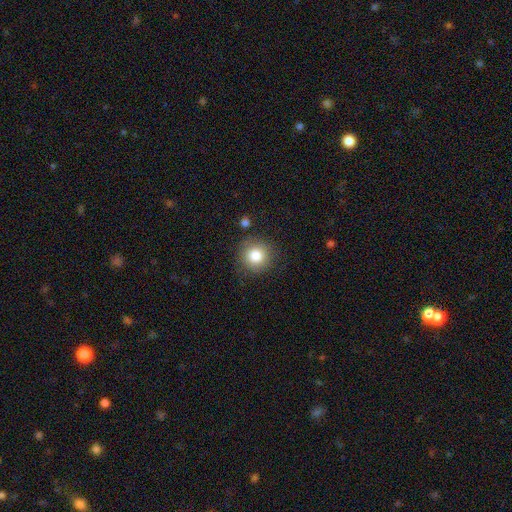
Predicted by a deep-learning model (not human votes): smooth-or-featured: smooth: 82% | star or artifact: 10% | featured or disk: 8%
  how-rounded: round: 93% | in between: 6% | cigar-shaped: 1%
  merging: none: 84% | minor disturbance: 10% | major disturbance: 3% | merger: 3%